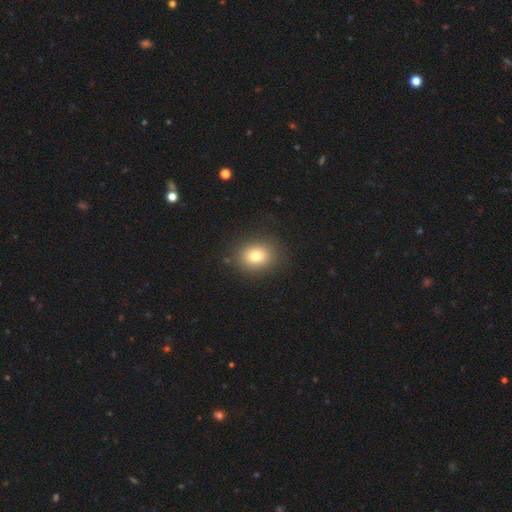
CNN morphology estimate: A smooth galaxy with no disk features (79%) that is round (59%). Merging: none (87%).